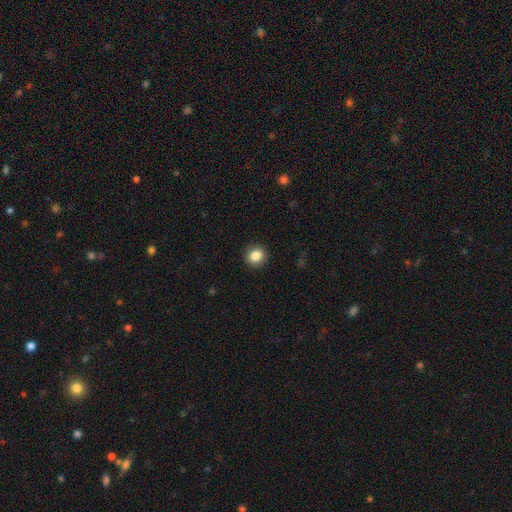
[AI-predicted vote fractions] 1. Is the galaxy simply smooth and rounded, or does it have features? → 85% smooth, 10% star or artifact, 5% featured or disk.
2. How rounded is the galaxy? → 87% round, 12% in between, 1% cigar-shaped.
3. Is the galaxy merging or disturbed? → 91% none, 6% minor disturbance, 2% major disturbance, 1% merger.